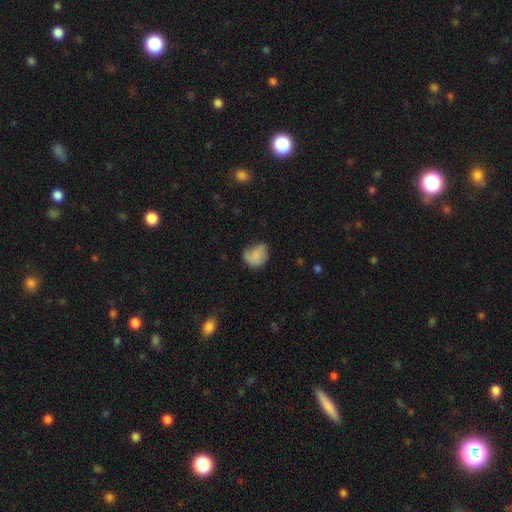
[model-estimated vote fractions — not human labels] A smooth galaxy with no disk features (64%) that is round (55%).

Vote fractions:
- Smooth or featured? smooth: 64% / featured or disk: 27% / star or artifact: 9%
- How rounded? round: 55% / in between: 44% / cigar-shaped: 1%
- Merging? none: 41% / minor disturbance: 36% / major disturbance: 21% / merger: 3%